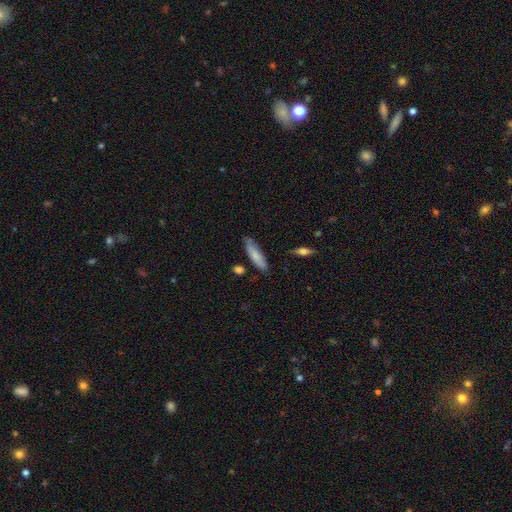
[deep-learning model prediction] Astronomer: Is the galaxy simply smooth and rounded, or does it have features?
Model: smooth — 75%.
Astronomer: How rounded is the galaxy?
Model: cigar-shaped — 58% (runner-up: in between, 40%).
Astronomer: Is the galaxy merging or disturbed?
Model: none — 72%.